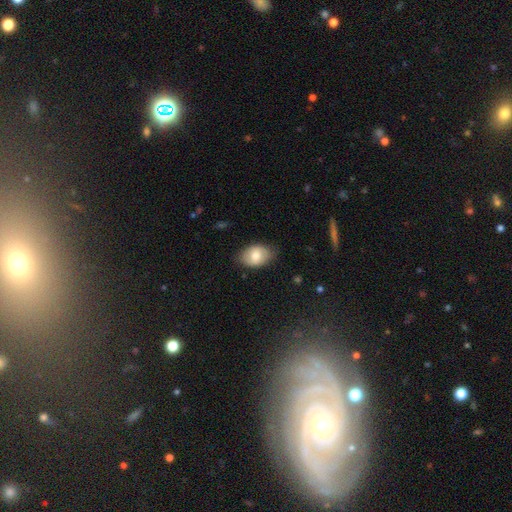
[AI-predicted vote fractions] Q: Smooth or featured?
A: smooth (77%); runner-up: featured or disk (17%)
Q: How rounded?
A: in between (84%); runner-up: round (15%)
Q: Merging?
A: none (79%); runner-up: minor disturbance (17%)